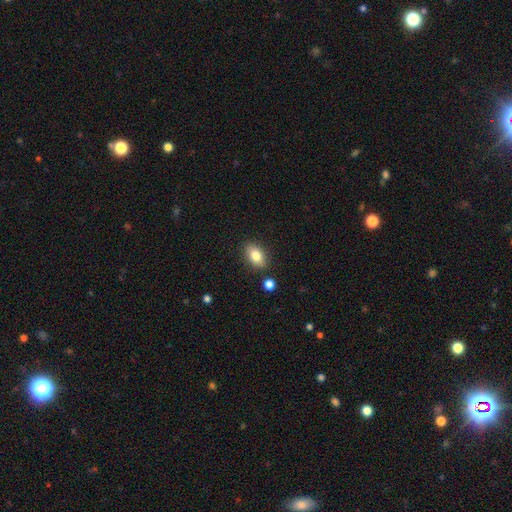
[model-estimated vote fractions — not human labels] This is likely a smooth galaxy (80%). How rounded: clearly in between (86%). Merging: clearly none (85%).